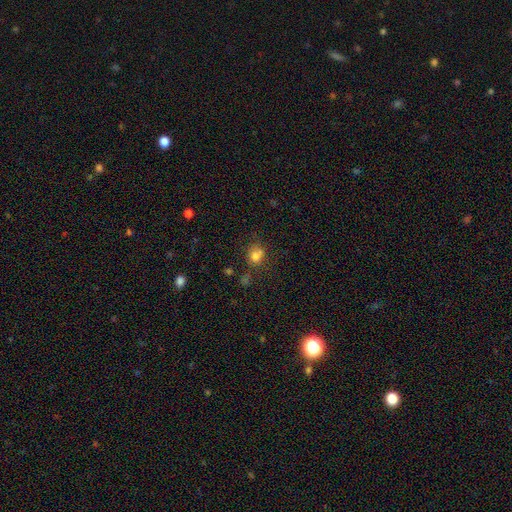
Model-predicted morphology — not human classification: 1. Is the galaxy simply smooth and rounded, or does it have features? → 76% smooth, 14% star or artifact, 10% featured or disk.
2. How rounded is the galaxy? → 68% round, 31% in between, 1% cigar-shaped.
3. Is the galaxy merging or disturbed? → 58% none, 19% minor disturbance, 17% merger, 7% major disturbance.